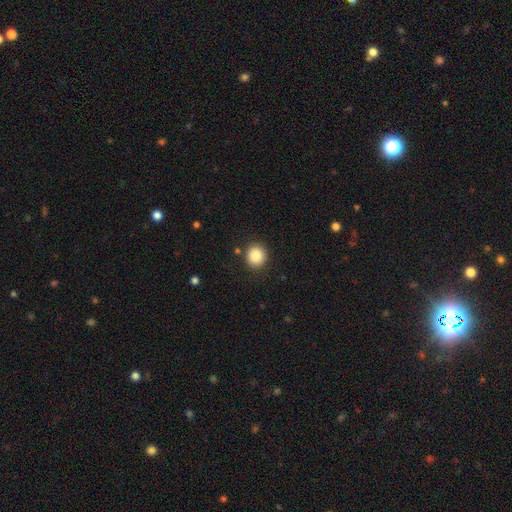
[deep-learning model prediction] smooth 87%, star or artifact 9%, featured or disk 4%. Down the decision tree: how rounded — round (86%); merging — none (88%).